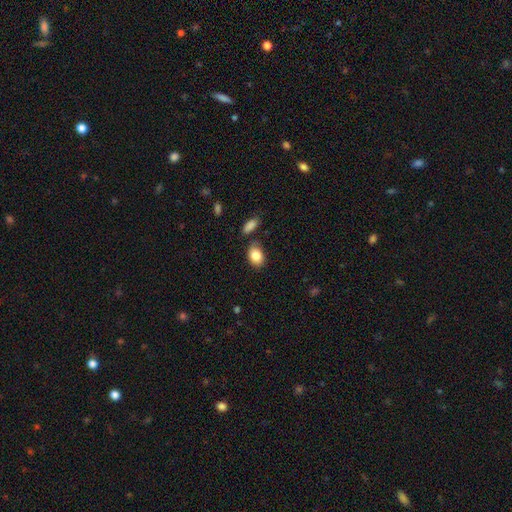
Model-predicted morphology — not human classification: smooth_or_featured: smooth (p=0.84) [alt: featured or disk p=0.08]
how_rounded: in between (p=0.74) [alt: round p=0.24]
merging: none (p=0.73) [alt: minor disturbance p=0.16]